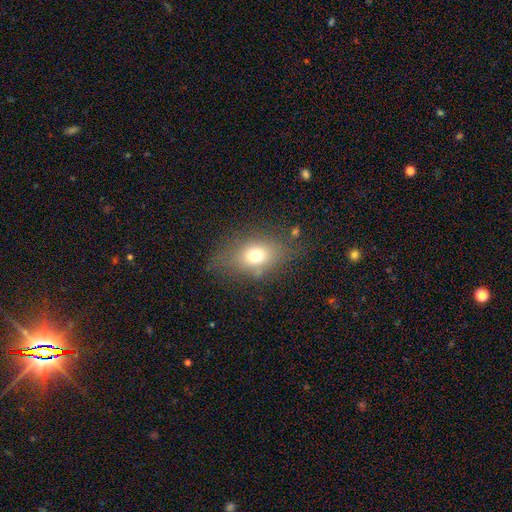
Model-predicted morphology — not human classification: This appears to be a smooth galaxy with no disk features (70%) that is in between round and cigar-shaped (67%). Merging: none (66%).